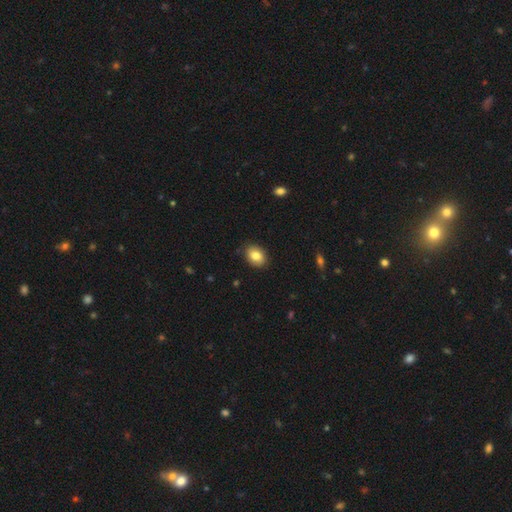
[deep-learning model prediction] Overall: smooth (83%). How rounded: in between (72%). Merging: none (86%).